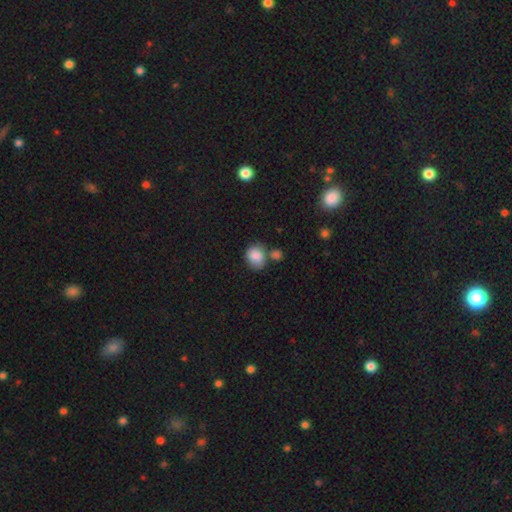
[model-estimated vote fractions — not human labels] Morphology: type=smooth (86%); roundness=round (59%); merging=none (52%).